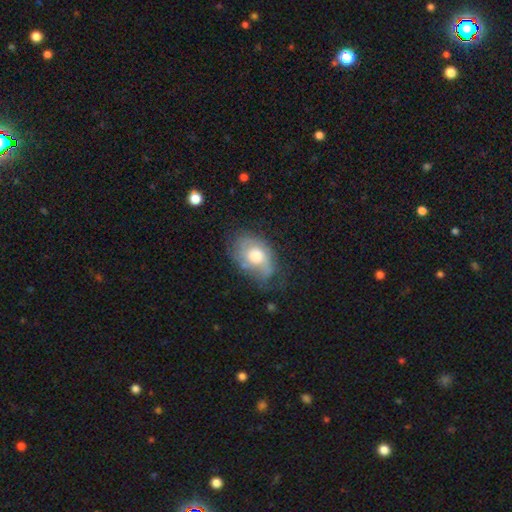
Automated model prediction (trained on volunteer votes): smooth-or-featured: featured or disk: 52% | smooth: 40% | star or artifact: 7%
  disk-edge-on: no: 94% | yes: 6%
  merging: none: 50% | minor disturbance: 31% | major disturbance: 17% | merger: 2%